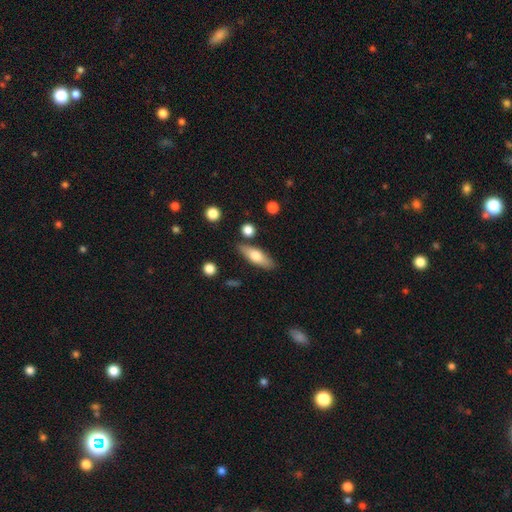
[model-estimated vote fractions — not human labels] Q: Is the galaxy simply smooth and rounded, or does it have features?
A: smooth — 62%.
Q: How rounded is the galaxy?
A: in between — 56%.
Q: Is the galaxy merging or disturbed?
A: none — 81%.